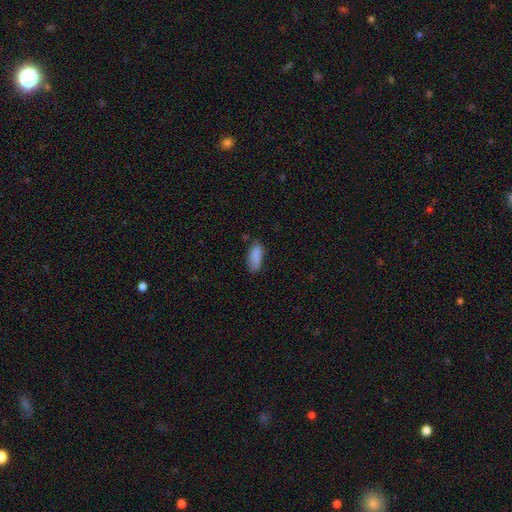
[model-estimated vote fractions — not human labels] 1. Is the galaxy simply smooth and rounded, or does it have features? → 87% smooth, 8% star or artifact, 5% featured or disk.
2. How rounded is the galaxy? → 79% in between, 19% cigar-shaped, 2% round.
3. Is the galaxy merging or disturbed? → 66% none, 25% minor disturbance, 6% major disturbance, 3% merger.